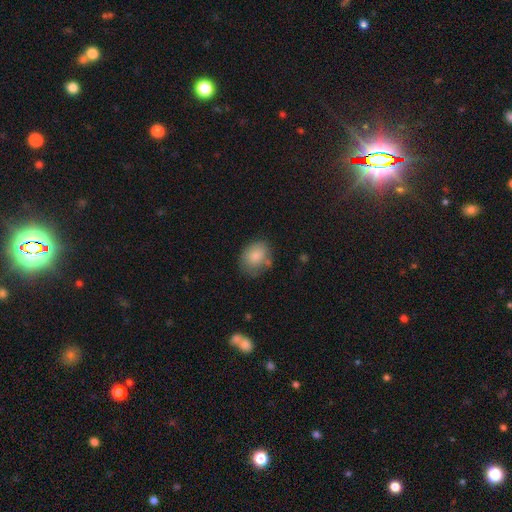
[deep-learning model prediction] Overall: smooth (82%). How rounded: in between (58%; round 41%). Merging: none (61%; minor disturbance 25%).